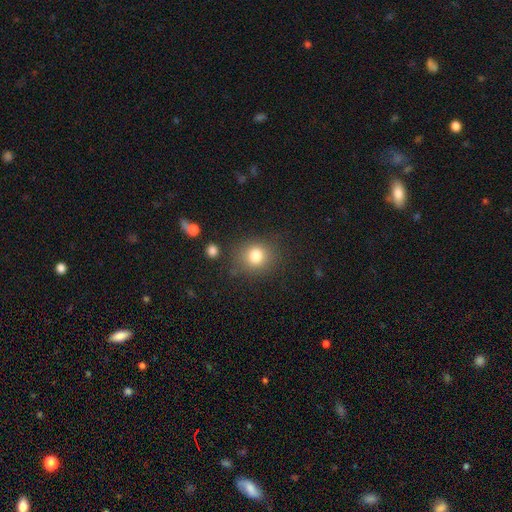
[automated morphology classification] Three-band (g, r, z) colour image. It shows a smooth galaxy with no disk features (81%) that is round (79%). Merging: none (81%).